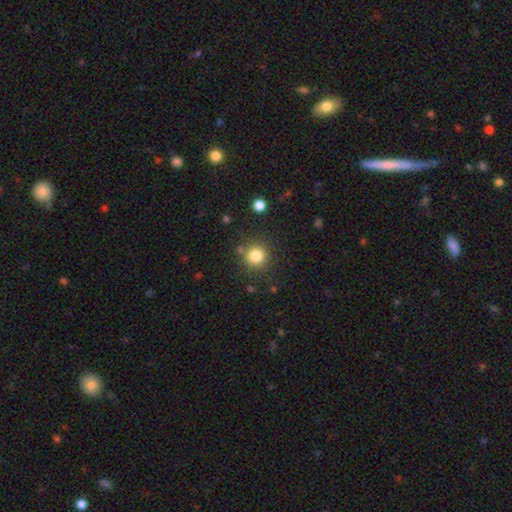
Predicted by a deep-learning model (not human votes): smooth 82%, star or artifact 12%, featured or disk 6%. Down the decision tree: how rounded — round (93%); merging — none (84%).